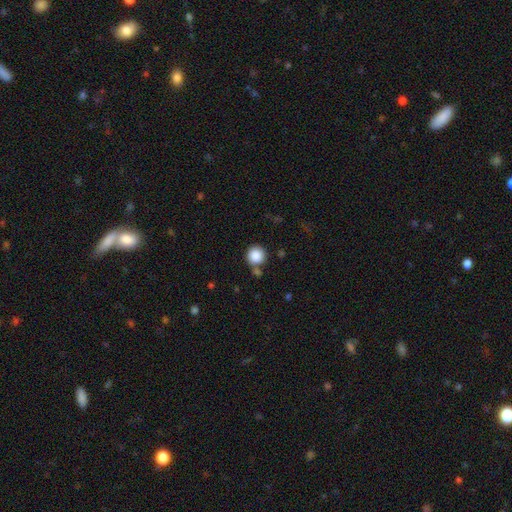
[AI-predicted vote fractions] smooth 87%, star or artifact 9%, featured or disk 4%. Down the decision tree: how rounded — round (95%); merging — none (76%).